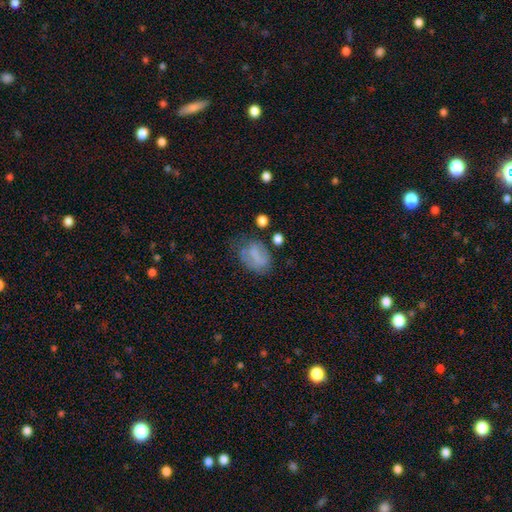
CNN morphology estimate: This appears to be a smooth galaxy with no disk features (62%) that is in between round and cigar-shaped (75%). Merging: none (49%).